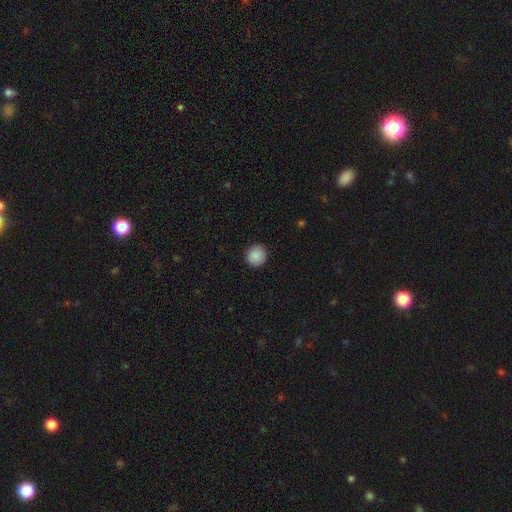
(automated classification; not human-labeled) This appears to be a smooth galaxy with no disk features (89%) that is round (94%). Merging: none (92%).